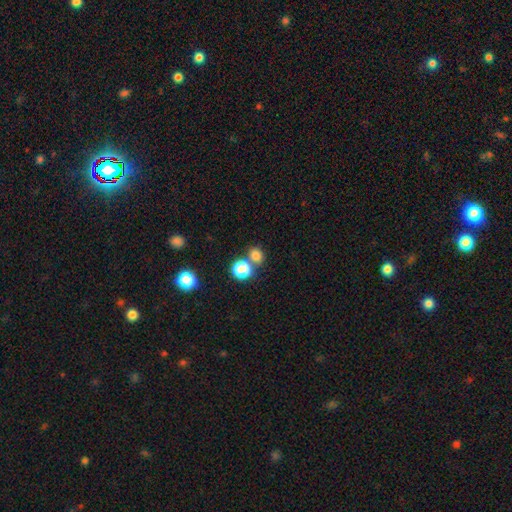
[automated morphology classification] smooth 77%, star or artifact 16%, featured or disk 6%. Down the decision tree: how rounded — round (71%); merging — none (61%).